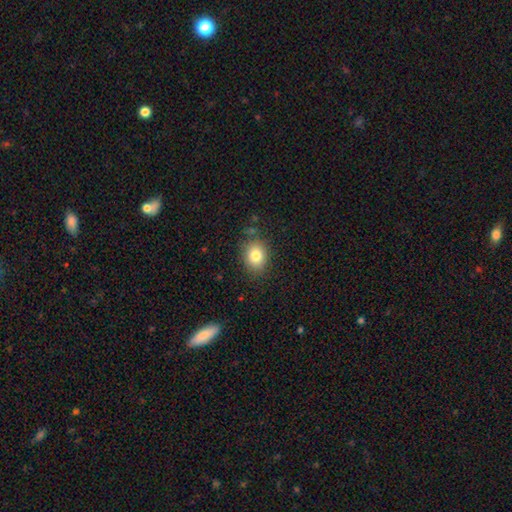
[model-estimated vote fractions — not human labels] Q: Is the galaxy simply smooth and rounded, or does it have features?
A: smooth — 82%.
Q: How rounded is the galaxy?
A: round — 50%.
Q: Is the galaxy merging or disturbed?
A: none — 83%.